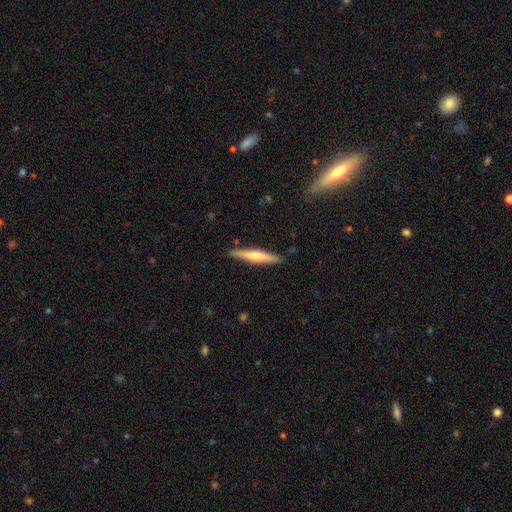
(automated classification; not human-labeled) smooth 50%, featured or disk 45%, star or artifact 5%. Down the decision tree: merging — none (89%).